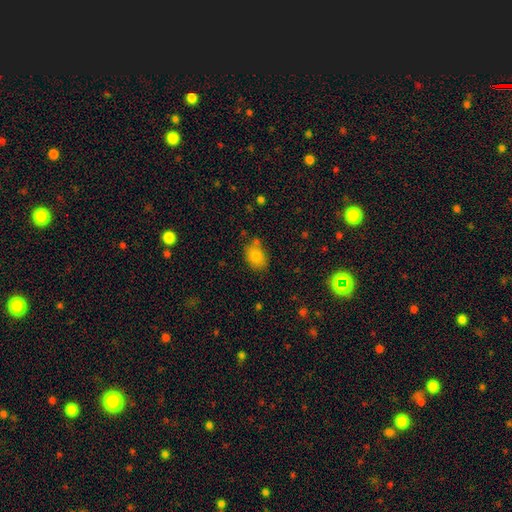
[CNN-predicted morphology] A smooth galaxy with no disk features (82%) that is in between round and cigar-shaped (71%). Merging: none (66%).